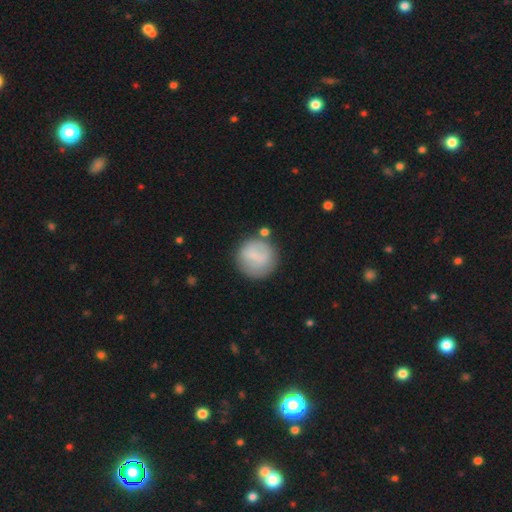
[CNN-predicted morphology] Smooth or featured: smooth — 66% (featured or disk — 27%)
How rounded: round — 91% (in between — 8%)
Merging: none — 69% (minor disturbance — 17%)